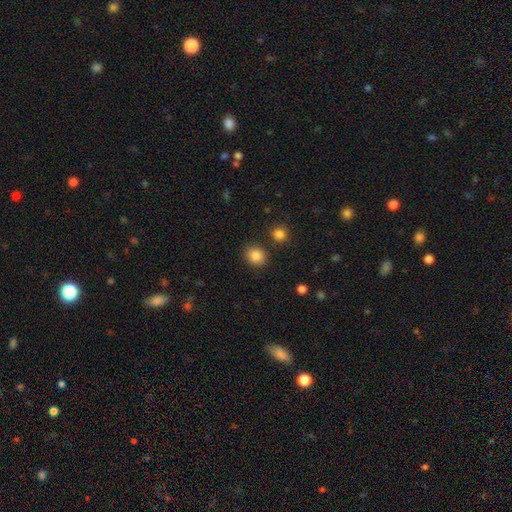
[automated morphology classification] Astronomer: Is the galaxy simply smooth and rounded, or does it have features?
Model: smooth — 86%.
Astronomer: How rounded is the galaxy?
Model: round — 69%.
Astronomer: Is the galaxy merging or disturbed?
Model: none — 86%.